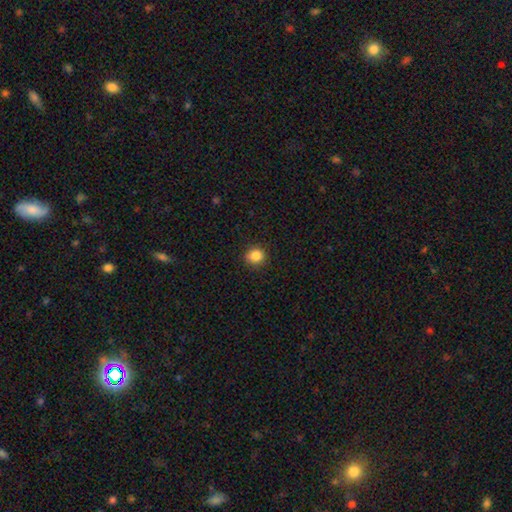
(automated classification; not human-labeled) Q: Smooth or featured?
A: smooth (85%); runner-up: star or artifact (11%)
Q: How rounded?
A: round (87%); runner-up: in between (12%)
Q: Merging?
A: none (88%); runner-up: minor disturbance (9%)